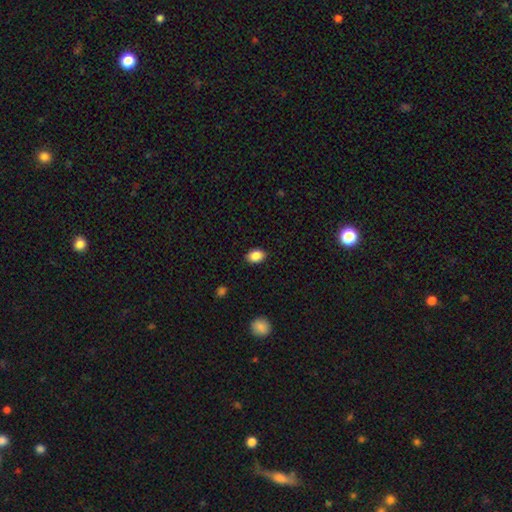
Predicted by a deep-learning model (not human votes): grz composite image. It shows a smooth galaxy with no disk features (87%) that is in between round and cigar-shaped (79%). Merging: none (88%).